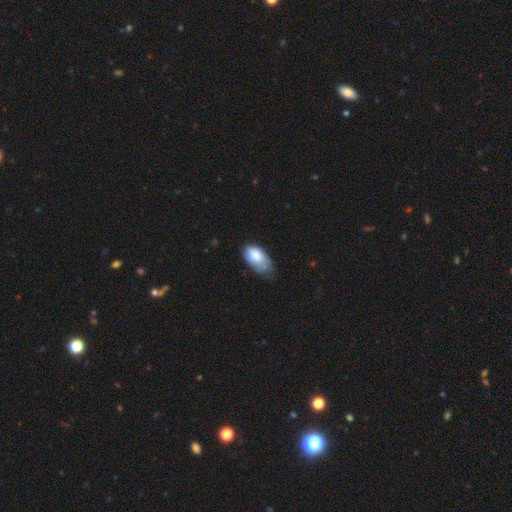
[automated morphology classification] Smooth or featured: smooth — 81% (featured or disk — 12%)
How rounded: in between — 94% (round — 4%)
Merging: minor disturbance — 44% (none — 40%)